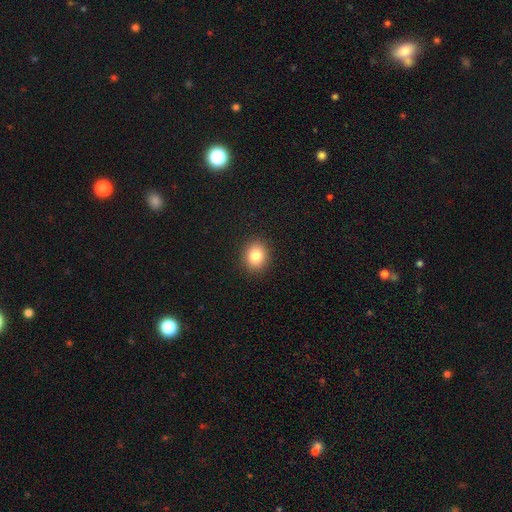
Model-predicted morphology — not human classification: Overall: smooth (83%). How rounded: round (71%). Merging: none (91%).